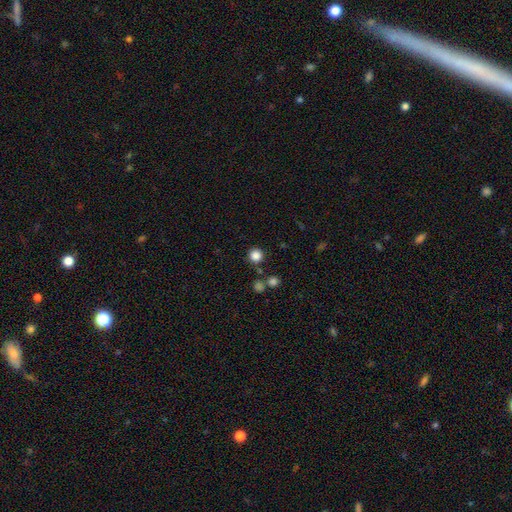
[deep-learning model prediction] Smooth or featured? Predicted: smooth (p=0.84). How rounded? Predicted: round (p=0.94). Merging? Predicted: none (p=0.86).